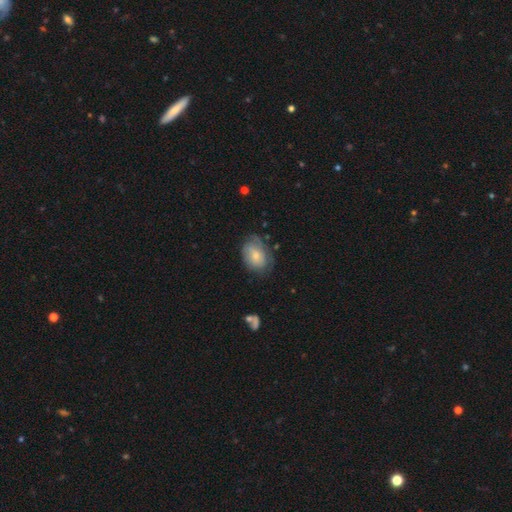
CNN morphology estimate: type=smooth (64%); roundness=in between (79%); merging=none (58%).